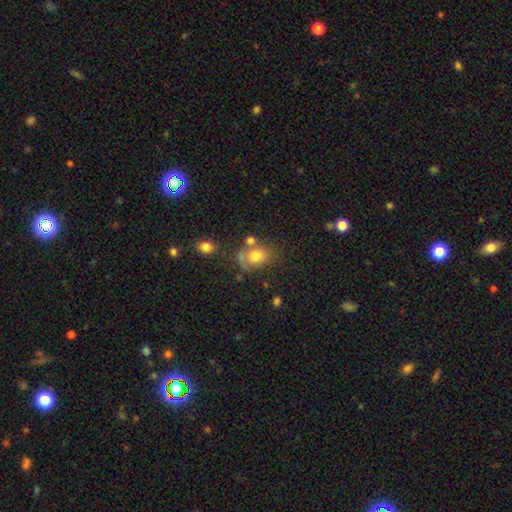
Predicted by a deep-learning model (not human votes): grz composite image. It shows a smooth galaxy with no disk features (72%) that is in between round and cigar-shaped (58%). Merging: none (45%).